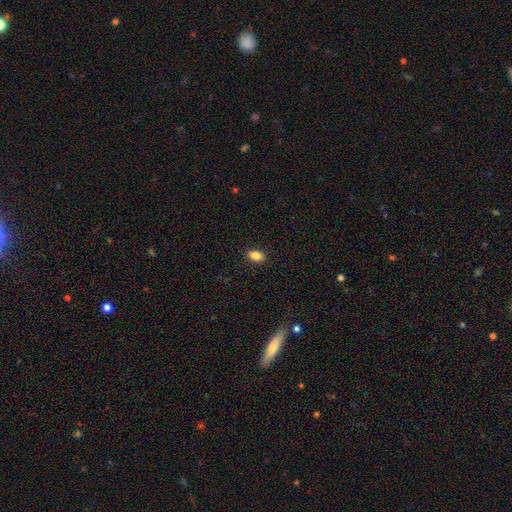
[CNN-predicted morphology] This is clearly a smooth galaxy (84%). How rounded: clearly in between (84%). Merging: clearly none (89%).